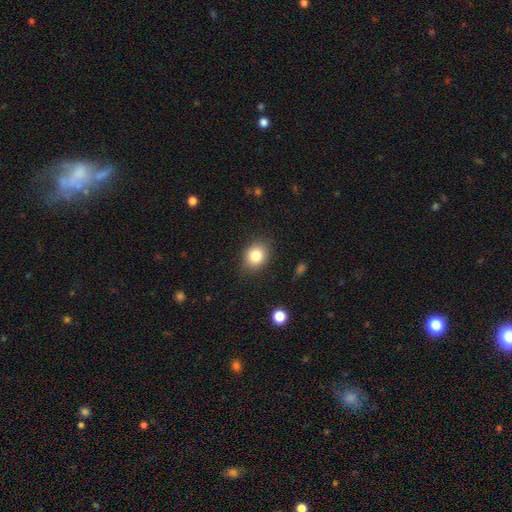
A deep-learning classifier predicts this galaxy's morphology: Q: Smooth or featured?
A: smooth (83%); runner-up: star or artifact (10%)
Q: How rounded?
A: round (54%); runner-up: in between (45%)
Q: Merging?
A: none (86%); runner-up: minor disturbance (10%)